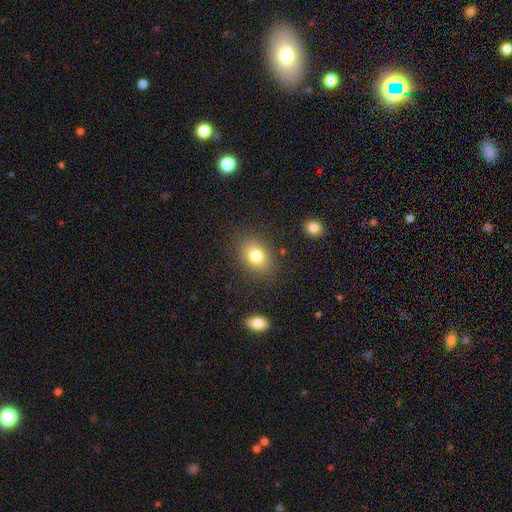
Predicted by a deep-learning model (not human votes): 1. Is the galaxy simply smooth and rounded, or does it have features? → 79% smooth, 11% featured or disk, 10% star or artifact.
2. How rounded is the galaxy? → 71% in between, 28% round, 1% cigar-shaped.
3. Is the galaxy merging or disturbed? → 83% none, 11% minor disturbance, 4% major disturbance, 2% merger.